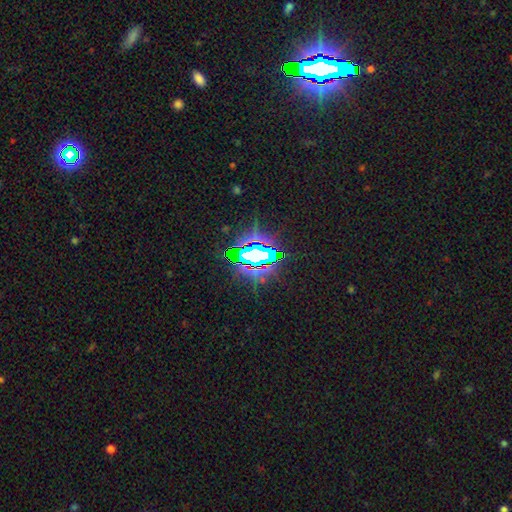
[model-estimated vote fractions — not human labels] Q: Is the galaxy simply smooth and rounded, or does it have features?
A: star or artifact — 74%.